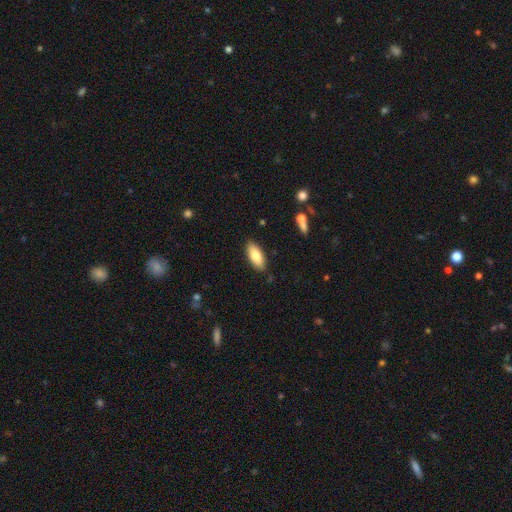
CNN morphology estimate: This appears to be a smooth galaxy with no disk features (81%) that is in between round and cigar-shaped (85%). Merging: none (87%).